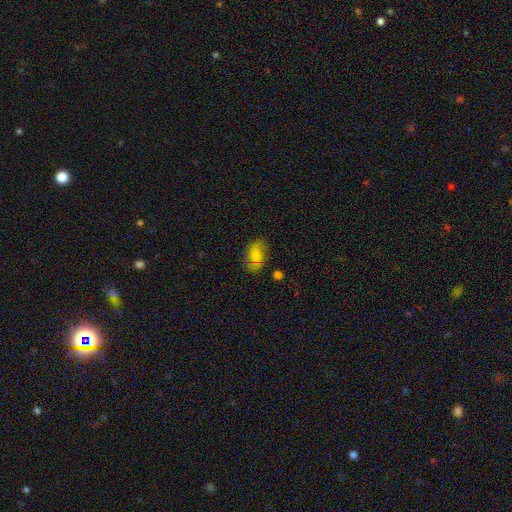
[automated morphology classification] Q: Smooth or featured?
A: smooth (58%); runner-up: featured or disk (32%)
Q: How rounded?
A: in between (83%); runner-up: round (15%)
Q: Merging?
A: none (67%); runner-up: minor disturbance (21%)